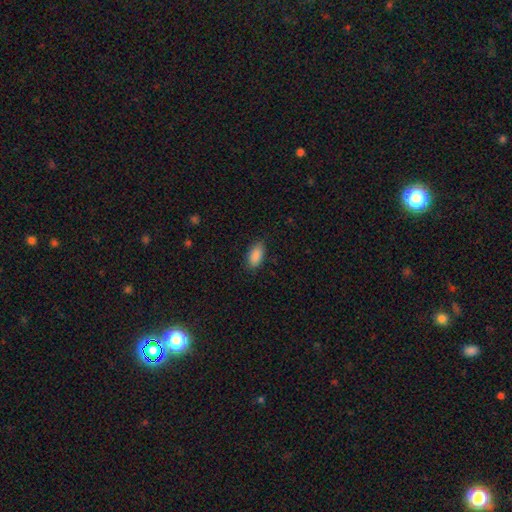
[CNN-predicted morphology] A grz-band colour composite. It shows a smooth galaxy with no disk features (89%) that is in between round and cigar-shaped (92%). Merging: none (86%).